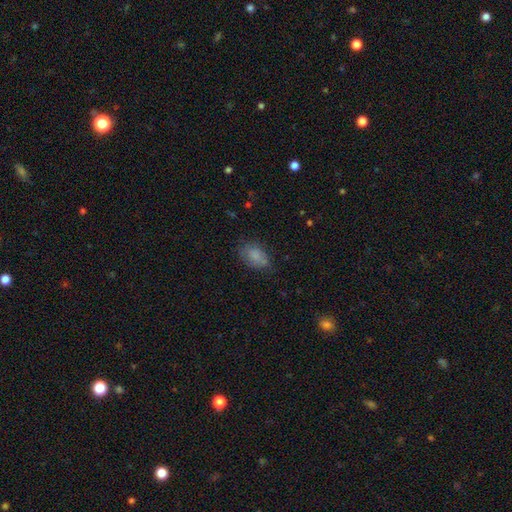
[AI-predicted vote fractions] Smooth or featured? Predicted: smooth (p=0.81). How rounded? Predicted: in between (p=0.88). Merging? Predicted: none (p=0.67).